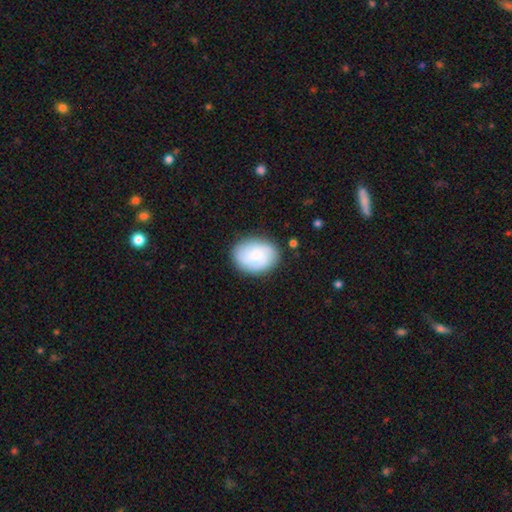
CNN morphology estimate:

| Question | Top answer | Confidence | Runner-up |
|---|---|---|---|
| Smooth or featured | smooth | 60% | featured or disk (33%) |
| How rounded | in between | 62% | round (37%) |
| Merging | none | 78% | minor disturbance (16%) |